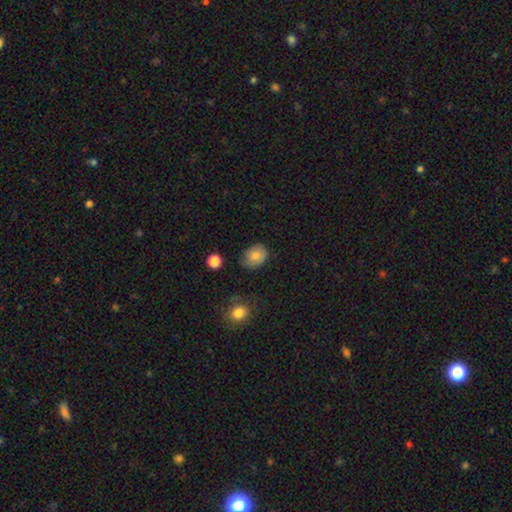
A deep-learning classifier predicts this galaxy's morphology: type=smooth (79%); roundness=in between (51%); merging=none (64%).